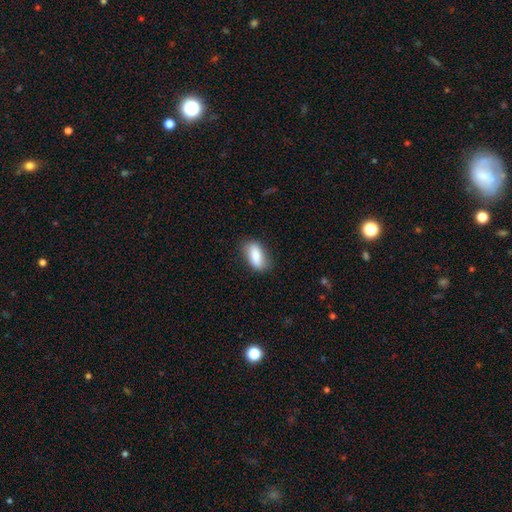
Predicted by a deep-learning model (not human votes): Smooth or featured? Predicted: smooth (p=0.81). How rounded? Predicted: in between (p=0.86). Merging? Predicted: none (p=0.75).